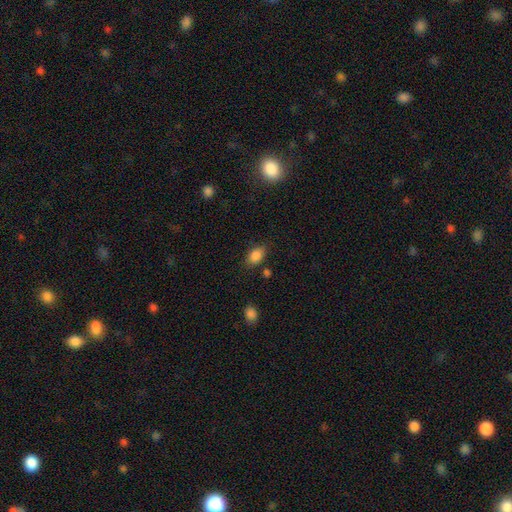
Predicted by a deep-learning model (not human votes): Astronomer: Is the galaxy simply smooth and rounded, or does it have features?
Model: smooth — 86%.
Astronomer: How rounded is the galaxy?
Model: in between — 82%.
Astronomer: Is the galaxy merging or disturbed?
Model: none — 76%.